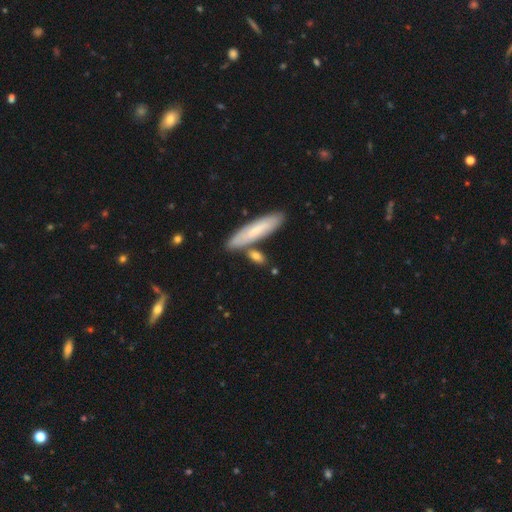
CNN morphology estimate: Smooth or featured? smooth (73%)
How rounded? cigar-shaped (53%)
Merging? none (66%)